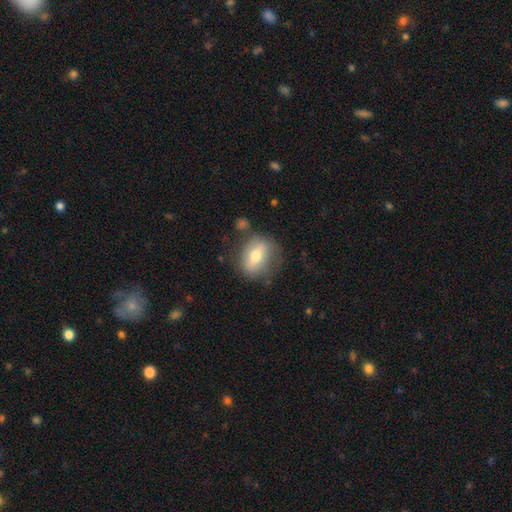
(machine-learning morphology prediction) Q: Smooth or featured?
A: smooth (59%); runner-up: featured or disk (33%)
Q: How rounded?
A: in between (57%); runner-up: round (40%)
Q: Merging?
A: none (71%); runner-up: minor disturbance (18%)